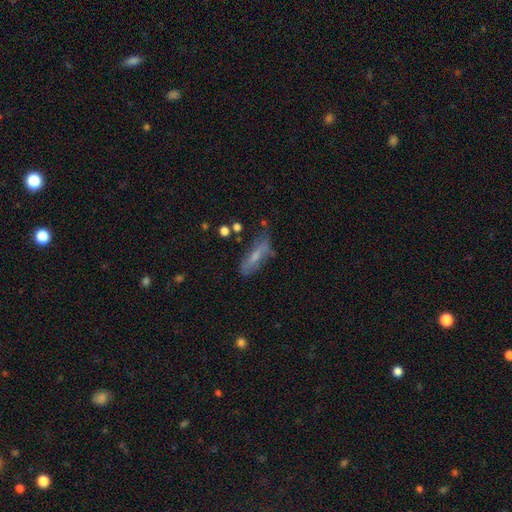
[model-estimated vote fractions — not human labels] This is possibly a smooth galaxy (48%). Merging: possibly none (55%).